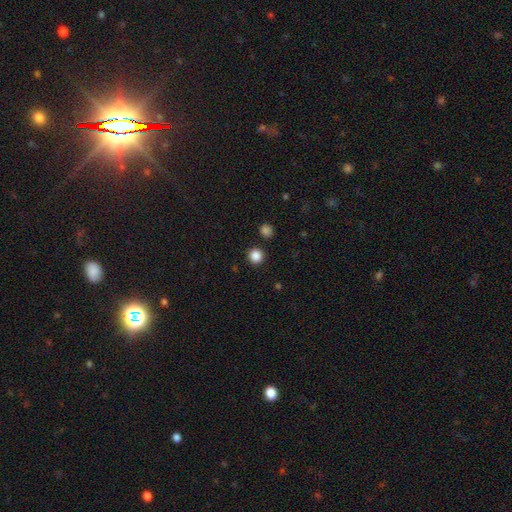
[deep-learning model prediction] A smooth galaxy with no disk features (86%) that is round (92%).

Vote fractions:
- Smooth or featured? smooth: 86% / star or artifact: 11% / featured or disk: 3%
- How rounded? round: 92% / in between: 7% / cigar-shaped: 1%
- Merging? none: 90% / minor disturbance: 5% / merger: 3% / major disturbance: 2%